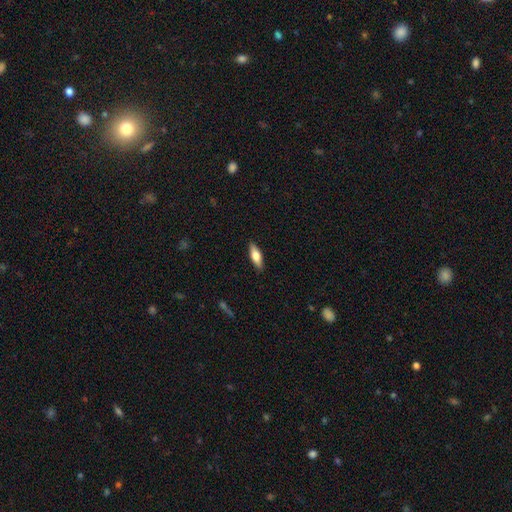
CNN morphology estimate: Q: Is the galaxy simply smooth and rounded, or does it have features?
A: smooth — 68%.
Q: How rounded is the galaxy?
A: in between — 56%.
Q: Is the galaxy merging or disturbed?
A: none — 88%.